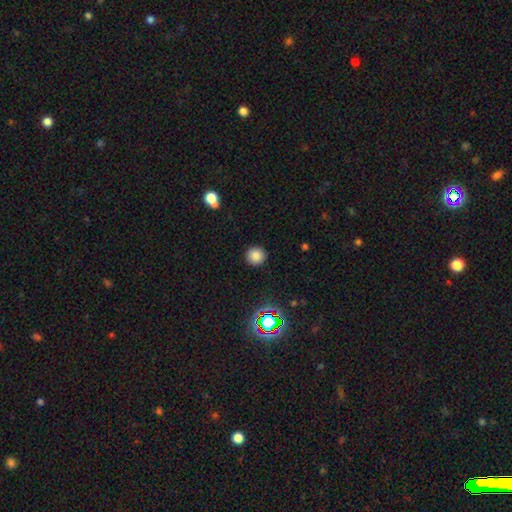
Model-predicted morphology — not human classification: Q: Smooth or featured?
A: smooth (82%); runner-up: star or artifact (14%)
Q: How rounded?
A: round (94%); runner-up: in between (5%)
Q: Merging?
A: none (91%); runner-up: minor disturbance (5%)